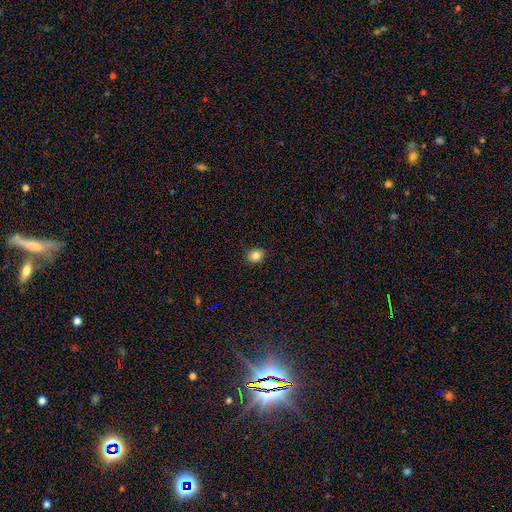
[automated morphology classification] Overall: smooth (83%). How rounded: round (61%; in between 38%). Merging: none (88%).